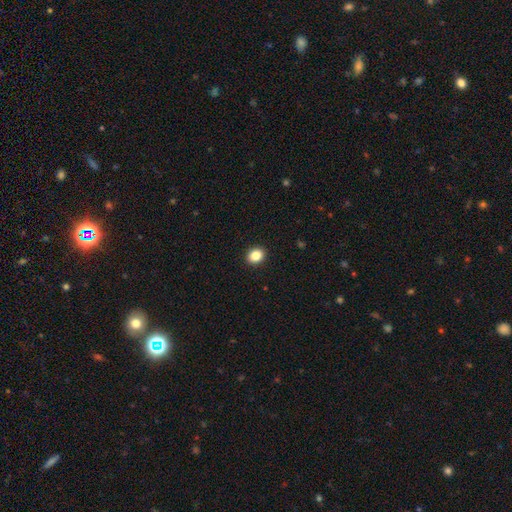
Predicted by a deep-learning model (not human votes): Smooth or featured?
  - smooth: 86% *
  - star or artifact: 10%
  - featured or disk: 5%
How rounded?
  - round: 56% *
  - in between: 43%
  - cigar-shaped: 1%
Merging?
  - none: 92% *
  - minor disturbance: 5%
  - major disturbance: 2%
  - merger: 1%